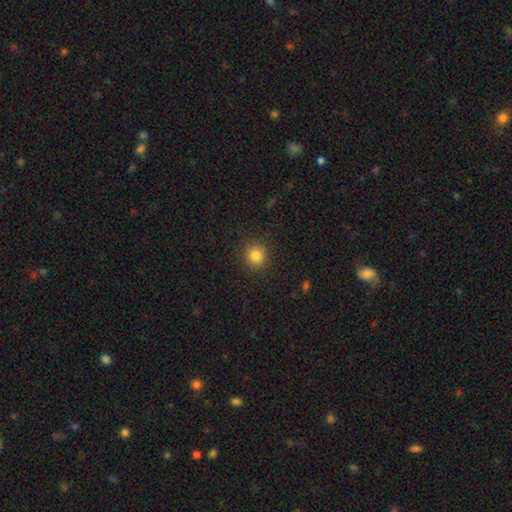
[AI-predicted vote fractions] This is clearly a smooth galaxy (83%). How rounded: clearly round (92%). Merging: clearly none (90%).